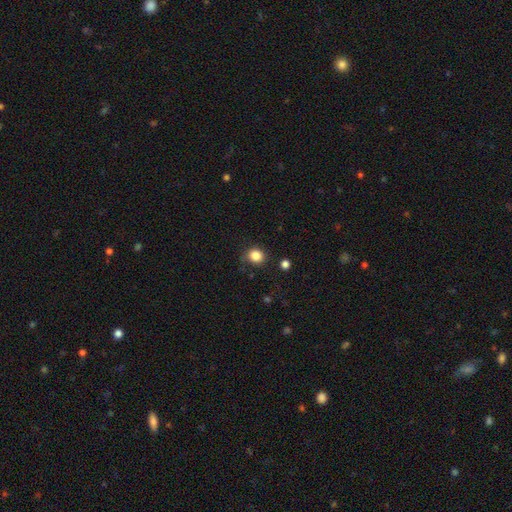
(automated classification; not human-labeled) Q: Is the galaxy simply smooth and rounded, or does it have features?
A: smooth — 85%.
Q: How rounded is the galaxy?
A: round — 81%.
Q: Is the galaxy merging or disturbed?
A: none — 77%.